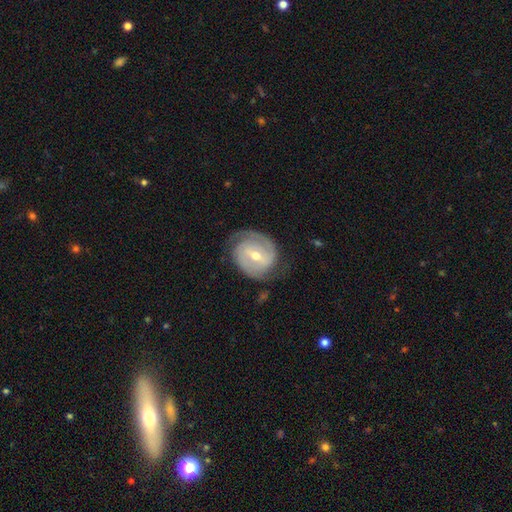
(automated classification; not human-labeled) Smooth or featured? Predicted: featured or disk (p=0.86). Edge-on disk? Predicted: no (p=0.97). Bar? Predicted: weak (p=0.48). Spiral arms? Predicted: yes (p=0.95). Spiral winding? Predicted: tight (p=0.57). Spiral arm count? Predicted: 2 (p=0.78). Bulge size? Predicted: moderate (p=0.56). Merging? Predicted: none (p=0.73).